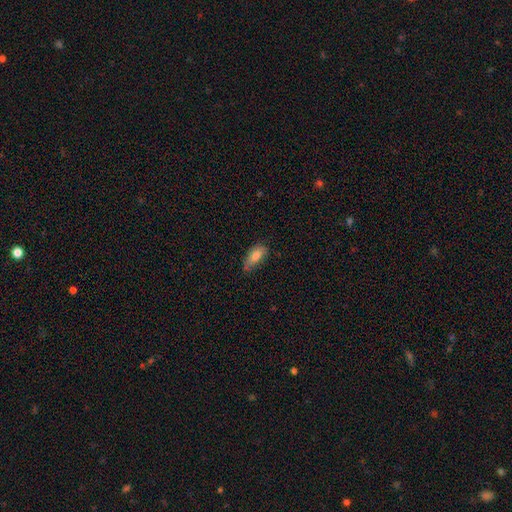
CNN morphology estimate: type=smooth (78%); roundness=in between (82%); merging=none (60%).